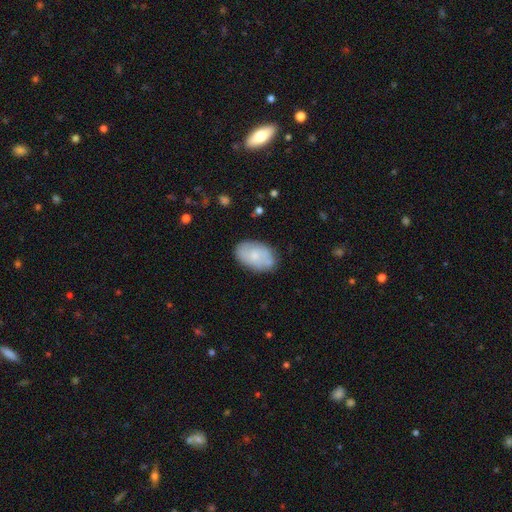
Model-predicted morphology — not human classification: Overall: smooth (68%). How rounded: in between (91%). Merging: none (79%).